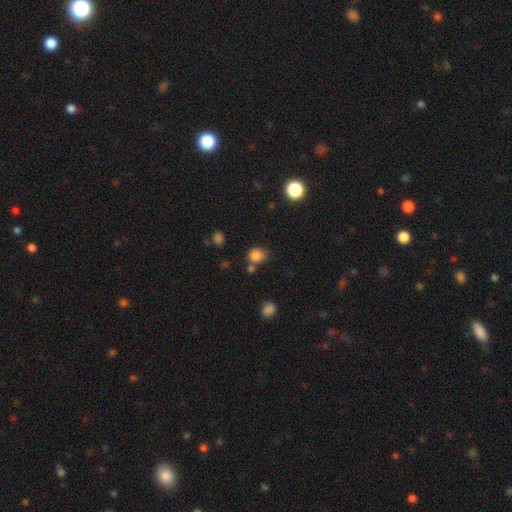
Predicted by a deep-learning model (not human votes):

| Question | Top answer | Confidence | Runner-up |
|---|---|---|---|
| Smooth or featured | smooth | 82% | star or artifact (13%) |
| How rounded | round | 59% | in between (40%) |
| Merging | none | 61% | minor disturbance (18%) |